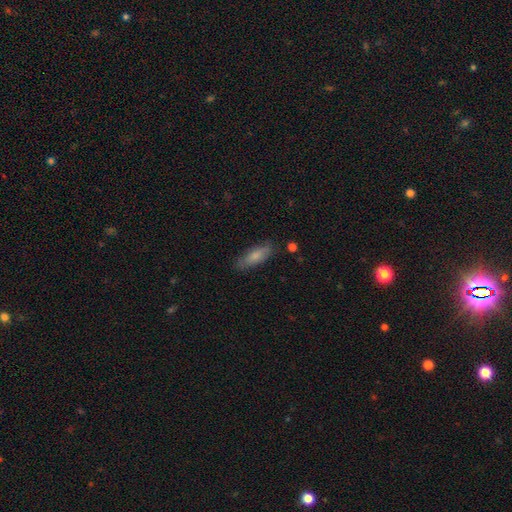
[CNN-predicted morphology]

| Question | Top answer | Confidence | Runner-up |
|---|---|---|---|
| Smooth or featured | smooth | 77% | featured or disk (17%) |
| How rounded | in between | 58% | cigar-shaped (40%) |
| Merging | none | 79% | minor disturbance (15%) |